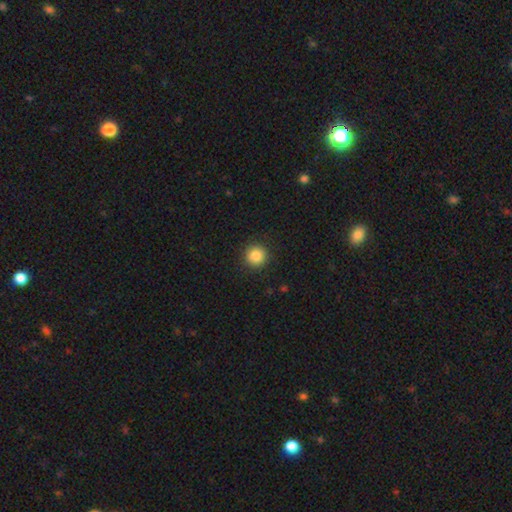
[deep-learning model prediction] Smooth or featured? Predicted: smooth (p=0.86). How rounded? Predicted: round (p=0.94). Merging? Predicted: none (p=0.91).